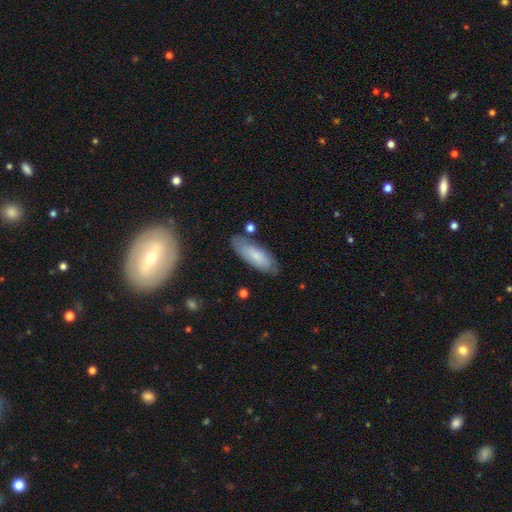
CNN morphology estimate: Smooth or featured? smooth (68%)
How rounded? in between (65%)
Merging? none (75%)